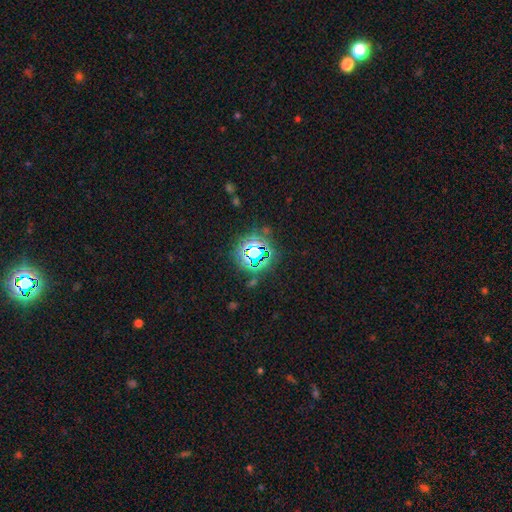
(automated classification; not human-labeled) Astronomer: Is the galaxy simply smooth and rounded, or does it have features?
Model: star or artifact — 74%.